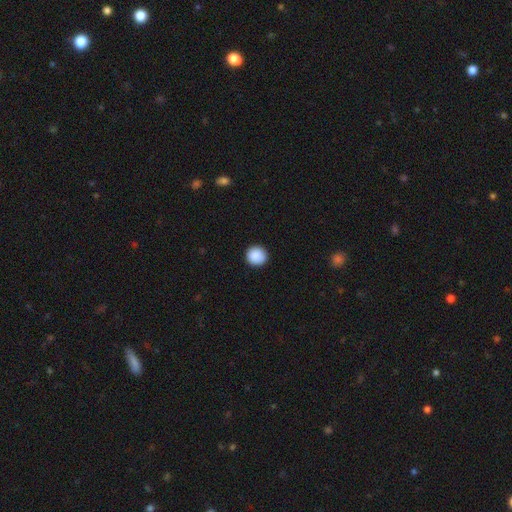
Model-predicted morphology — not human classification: This is clearly a smooth galaxy (89%). How rounded: clearly round (94%). Merging: clearly none (92%).